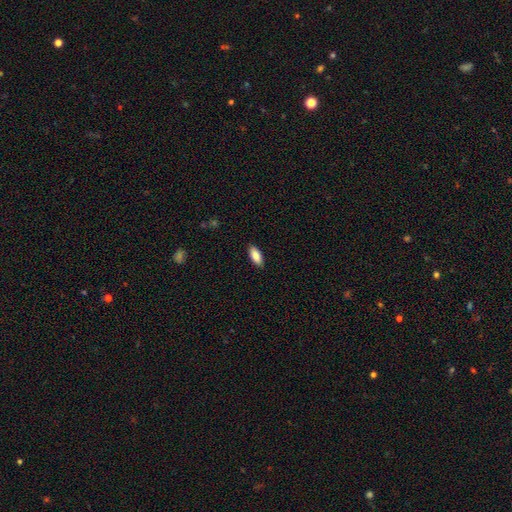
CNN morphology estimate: smooth-or-featured: smooth: 87% | featured or disk: 7% | star or artifact: 6%
  how-rounded: in between: 83% | cigar-shaped: 15% | round: 2%
  merging: none: 89% | minor disturbance: 8% | major disturbance: 2% | merger: 1%